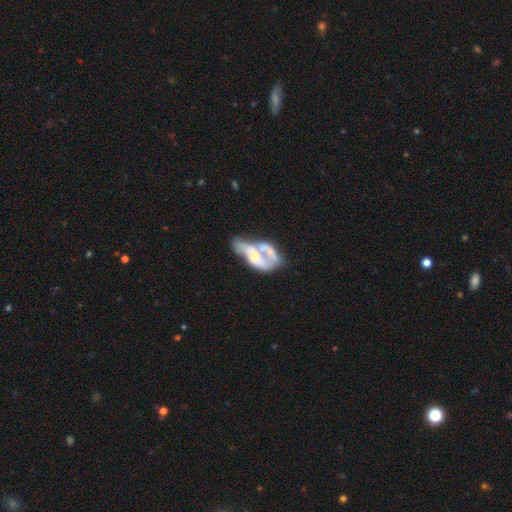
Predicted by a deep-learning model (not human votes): Smooth or featured? featured or disk (60%)
Edge-on disk? no (94%)
Bar? no (82%)
Spiral arms? no (76%)
Bulge size? moderate (38%, tied with small)
Merging? merger (58%)